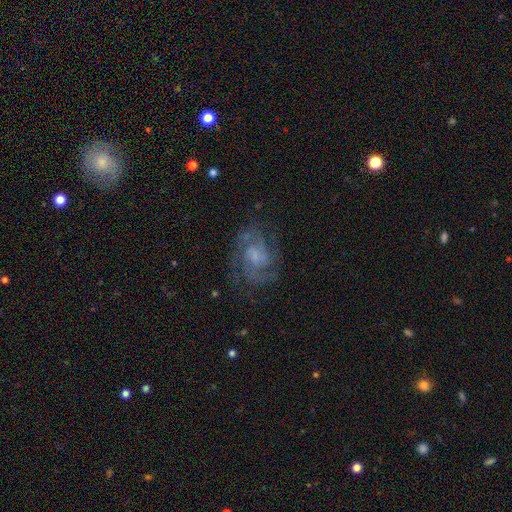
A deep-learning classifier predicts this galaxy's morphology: The model was most divided on "bulge size": small: 38%, none: 33%, moderate: 22%, large: 6%, dominant: 1%. Remaining: edge-on disk — no (98%); spiral arms — yes (93%); smooth or featured — featured or disk (80%); merging — none (70%); bar — no (51%); spiral winding — medium (48%); spiral arm count — 2 (45%).